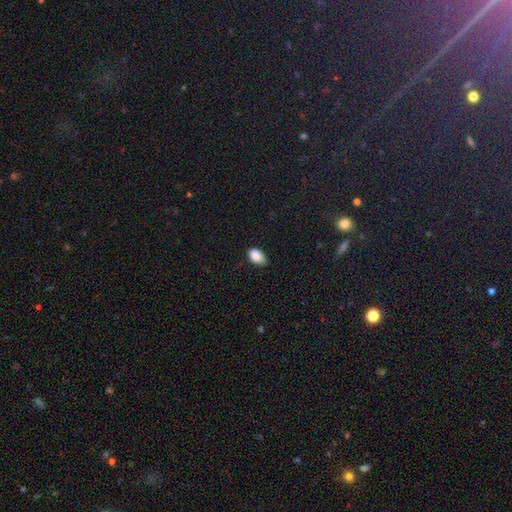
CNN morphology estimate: Smooth or featured? smooth (88%)
How rounded? in between (91%)
Merging? none (72%)